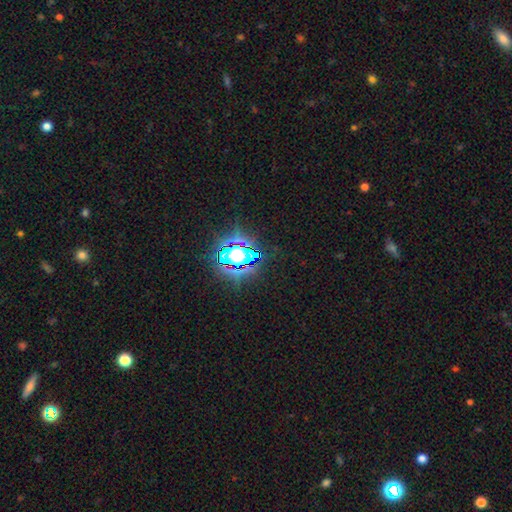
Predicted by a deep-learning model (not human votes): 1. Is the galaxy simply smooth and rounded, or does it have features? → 78% star or artifact, 13% smooth, 9% featured or disk.